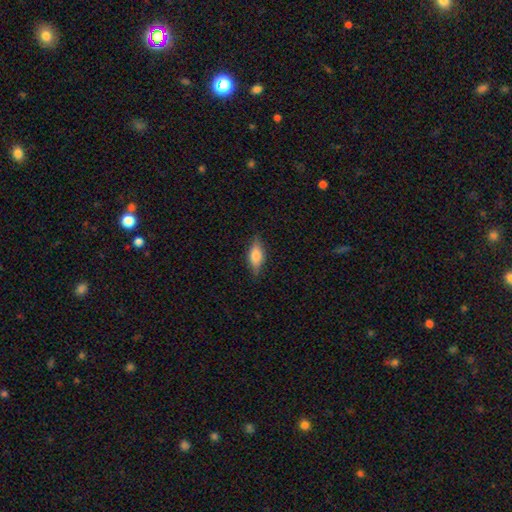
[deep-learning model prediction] This appears to be a smooth galaxy with no disk features (63%) that is in between round and cigar-shaped (72%). Merging: none (82%).